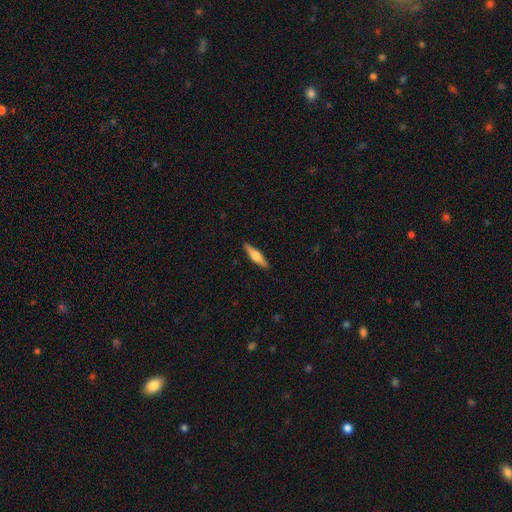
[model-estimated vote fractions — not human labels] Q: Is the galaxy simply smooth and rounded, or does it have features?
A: smooth — 51%.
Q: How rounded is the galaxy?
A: cigar-shaped — 75%.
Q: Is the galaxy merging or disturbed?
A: none — 89%.